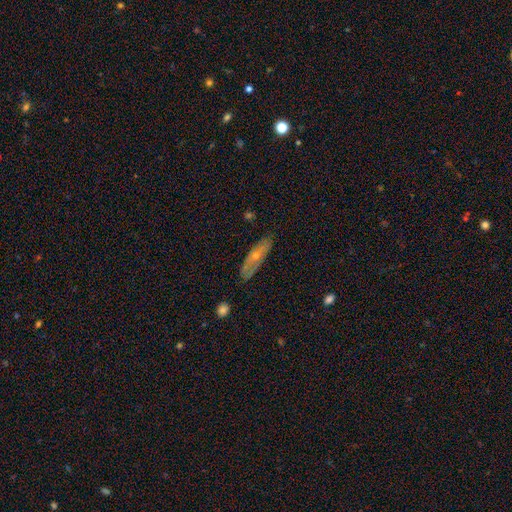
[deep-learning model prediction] This is possibly a featured or disk galaxy (54%). It is possibly not viewed edge-on (56%). Merging: likely none (78%).